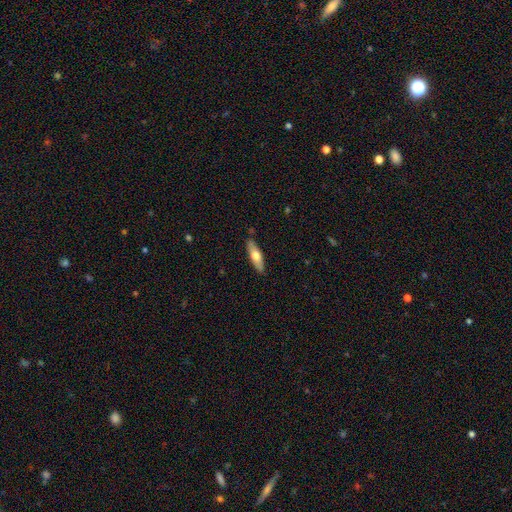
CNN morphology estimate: Smooth or featured? Predicted: smooth (p=0.57). How rounded? Predicted: cigar-shaped (p=0.52). Merging? Predicted: none (p=0.86).